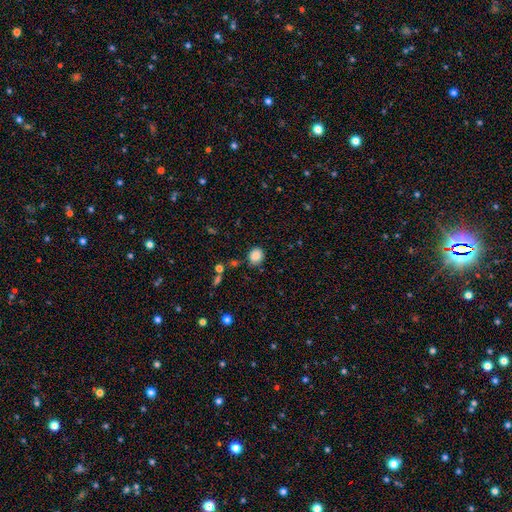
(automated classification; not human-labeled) Smooth or featured? Predicted: smooth (p=0.86). How rounded? Predicted: round (p=0.80). Merging? Predicted: none (p=0.82).